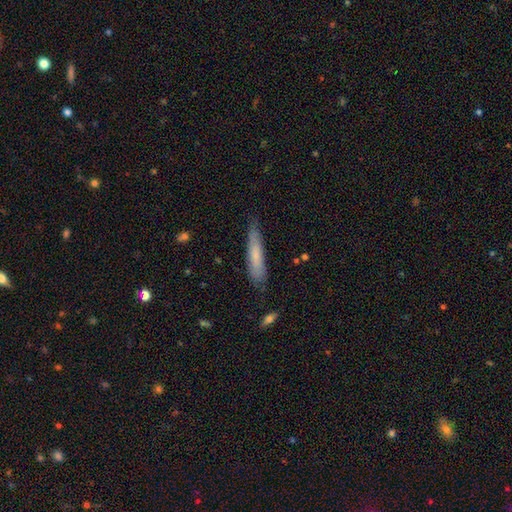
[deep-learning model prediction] The model was most divided on "smooth or featured": smooth: 69%, featured or disk: 24%, star or artifact: 6%. More confident: how rounded — cigar-shaped (87%); merging — none (71%).